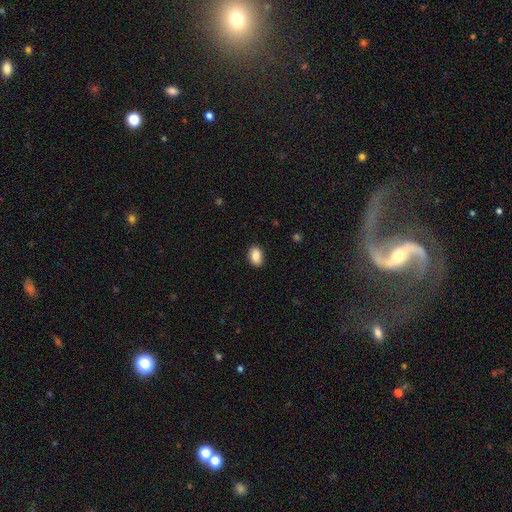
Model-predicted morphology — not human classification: A smooth galaxy with no disk features (89%) that is in between round and cigar-shaped (86%). Merging: none (86%).